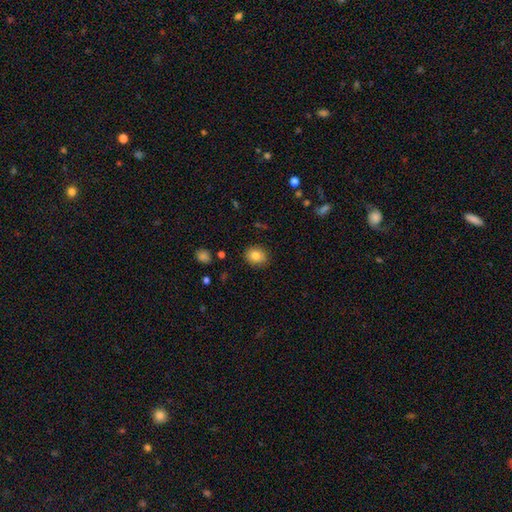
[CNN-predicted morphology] The model was most divided on "how rounded": round: 61%, in between: 38%, cigar-shaped: 1%. More confident: merging — none (87%); smooth or featured — smooth (82%).